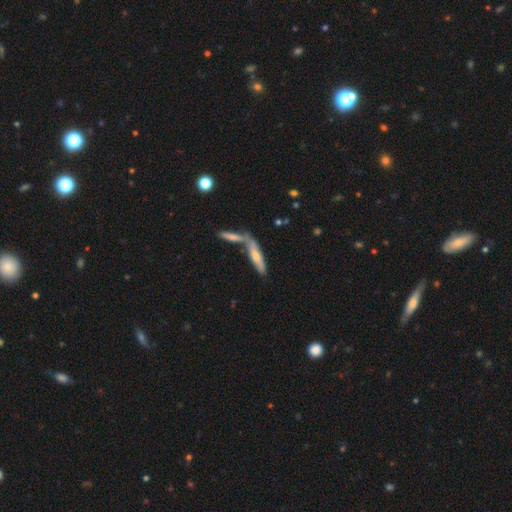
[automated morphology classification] type=featured or disk (53%); edge-on=yes (79%); merging=merger (43%).